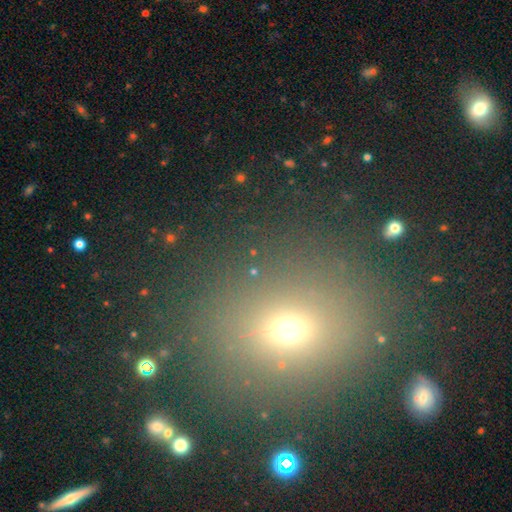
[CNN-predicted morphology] smooth 53%, star or artifact 36%, featured or disk 10%. Down the decision tree: how rounded — round (63%); merging — none (83%).